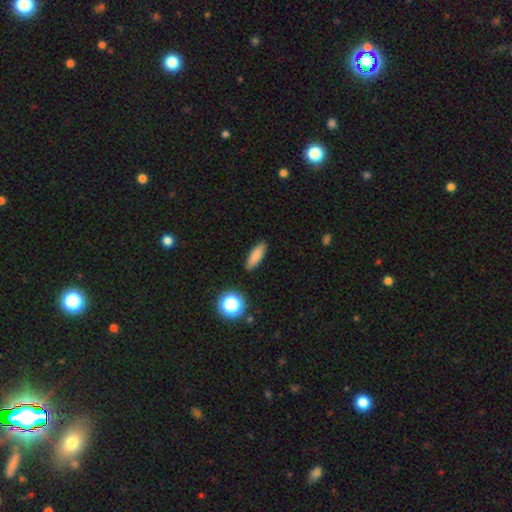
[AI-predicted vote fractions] Q: Smooth or featured?
A: smooth (83%); runner-up: star or artifact (10%)
Q: How rounded?
A: in between (52%); runner-up: cigar-shaped (44%)
Q: Merging?
A: none (89%); runner-up: minor disturbance (8%)